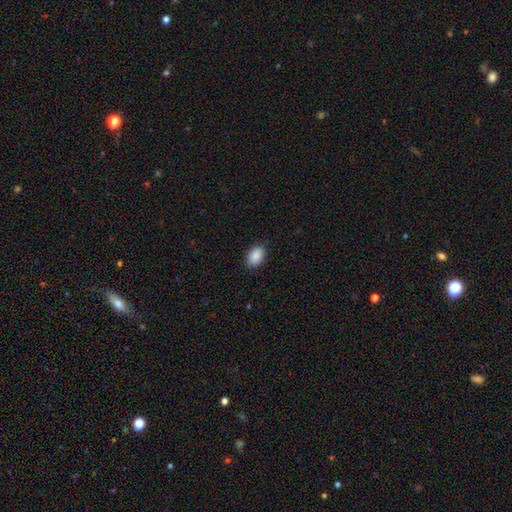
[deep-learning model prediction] Q: Smooth or featured?
A: smooth (90%); runner-up: star or artifact (7%)
Q: How rounded?
A: in between (89%); runner-up: round (10%)
Q: Merging?
A: none (87%); runner-up: minor disturbance (10%)